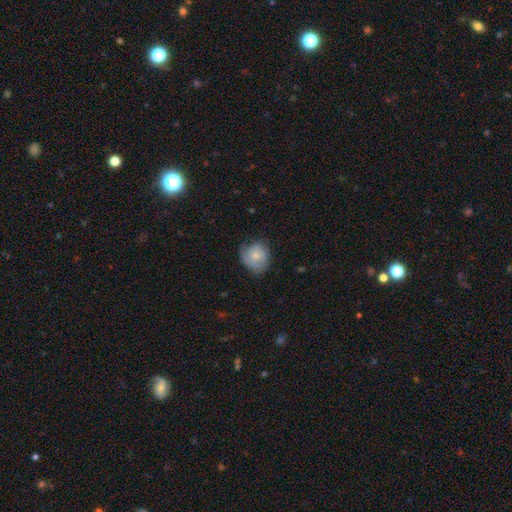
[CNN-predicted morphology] smooth 67%, featured or disk 26%, star or artifact 7%. Down the decision tree: how rounded — round (68%); merging — none (52%).